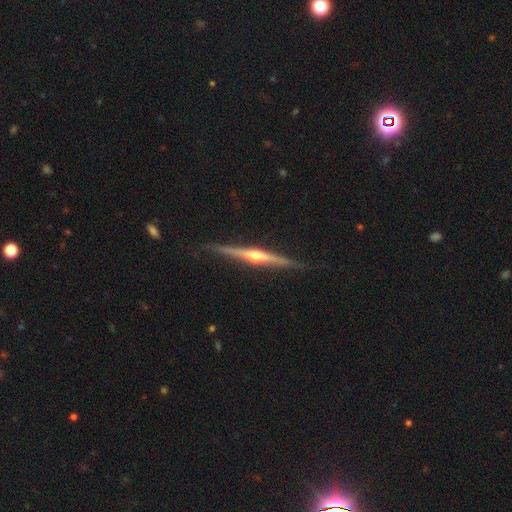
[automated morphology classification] Smooth or featured: featured or disk — 80% (smooth — 15%)
Edge-on disk: yes — 98% (no — 2%)
Edge-on bulge: rounded — 90% (none — 6%)
Merging: none — 86% (minor disturbance — 11%)